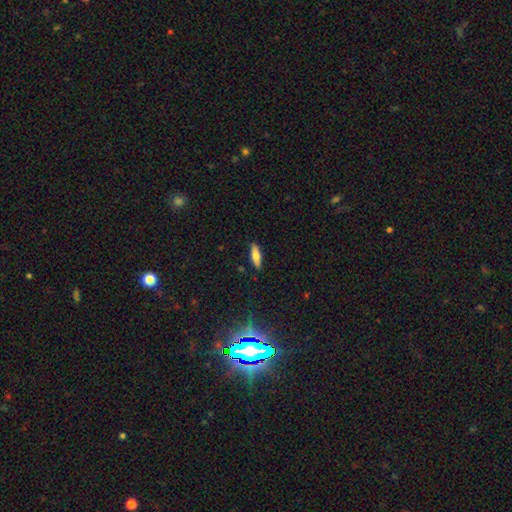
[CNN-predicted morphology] Smooth or featured? Predicted: smooth (p=0.68). How rounded? Predicted: cigar-shaped (p=0.51). Merging? Predicted: none (p=0.87).